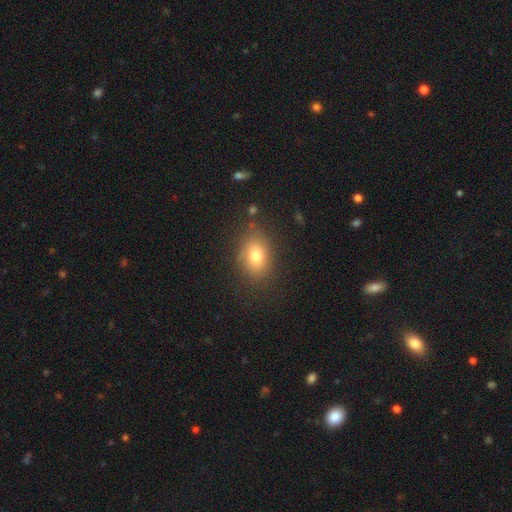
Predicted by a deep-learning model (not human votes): The model was most divided on "how rounded": in between: 69%, round: 30%, cigar-shaped: 1%. More confident: merging — none (79%); smooth or featured — smooth (76%).